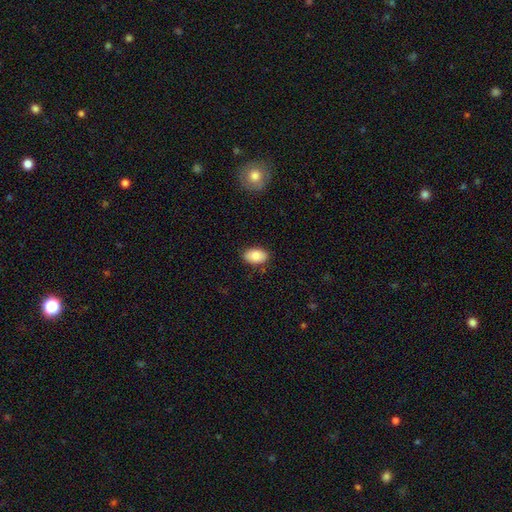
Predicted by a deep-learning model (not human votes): smooth-or-featured: smooth: 84% | featured or disk: 9% | star or artifact: 7%
  how-rounded: in between: 92% | round: 7% | cigar-shaped: 1%
  merging: none: 85% | minor disturbance: 11% | major disturbance: 2% | merger: 1%